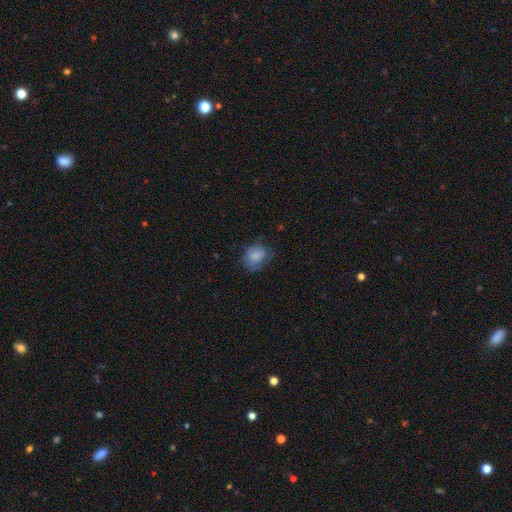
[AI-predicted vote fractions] Smooth or featured? smooth (76%)
How rounded? in between (54%)
Merging? none (56%)